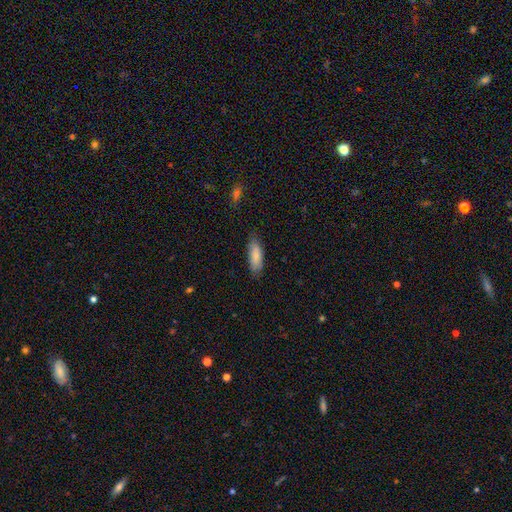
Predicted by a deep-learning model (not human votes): The model was most divided on "how rounded": in between: 66%, cigar-shaped: 32%, round: 2%. More confident: smooth or featured — smooth (83%); merging — none (80%).